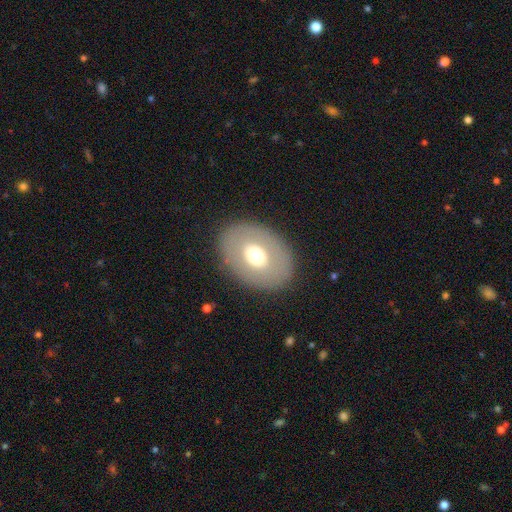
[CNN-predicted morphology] This is possibly a smooth galaxy (59%). How rounded: likely in between (73%). Merging: clearly none (85%).